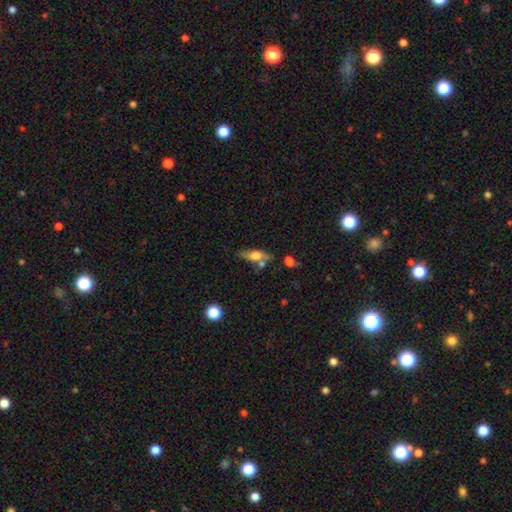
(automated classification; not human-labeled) smooth 56%, featured or disk 36%, star or artifact 8%. Down the decision tree: how rounded — in between (57%); merging — none (59%).